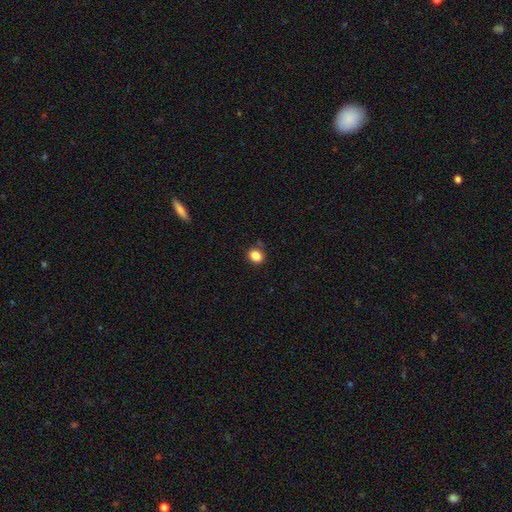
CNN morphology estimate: type=smooth (86%); roundness=round (54%); merging=none (83%).